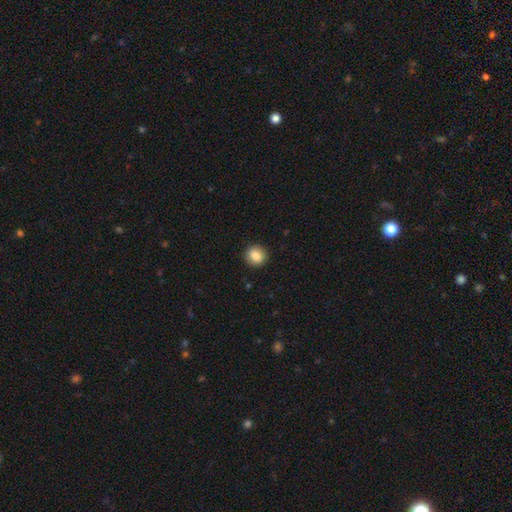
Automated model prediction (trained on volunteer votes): smooth_or_featured: smooth (p=0.86) [alt: star or artifact p=0.09]
how_rounded: round (p=0.81) [alt: in between p=0.18]
merging: none (p=0.90) [alt: minor disturbance p=0.07]